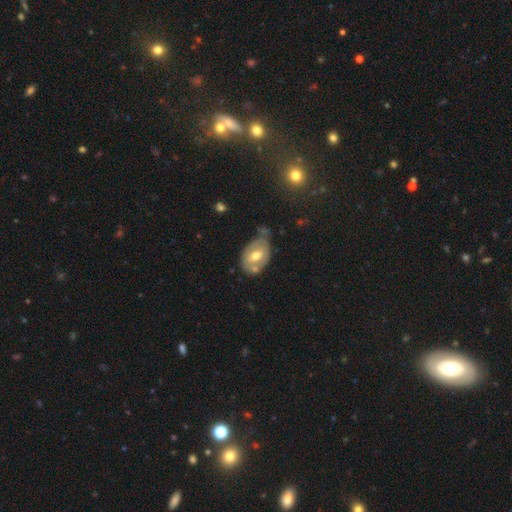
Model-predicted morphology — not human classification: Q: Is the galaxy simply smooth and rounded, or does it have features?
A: smooth — 49%.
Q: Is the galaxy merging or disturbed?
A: none — 48%.